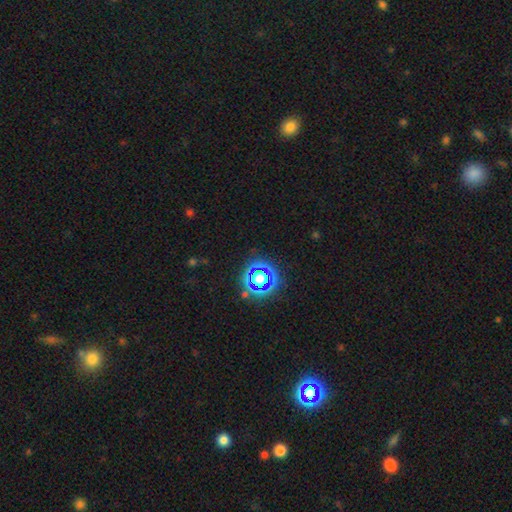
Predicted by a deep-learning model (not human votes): Smooth or featured: star or artifact — 68% (smooth — 25%)